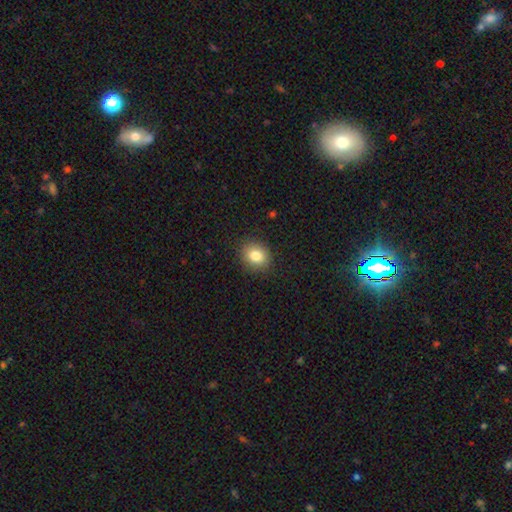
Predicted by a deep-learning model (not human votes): A smooth galaxy with no disk features (82%) that is round (65%). Merging: none (89%).